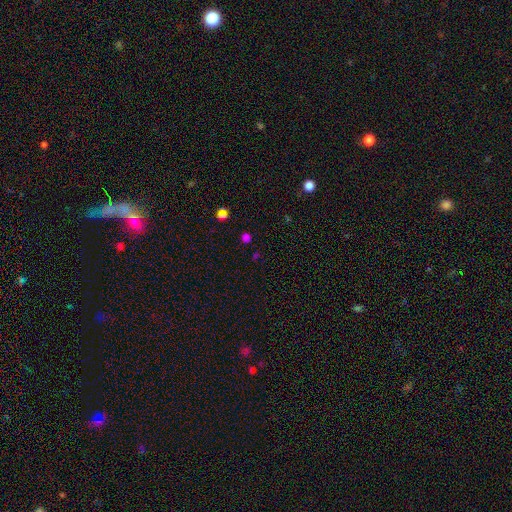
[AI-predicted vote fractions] The model was most divided on "smooth or featured": smooth: 48%, star or artifact: 46%, featured or disk: 6%. More confident: merging — none (83%).